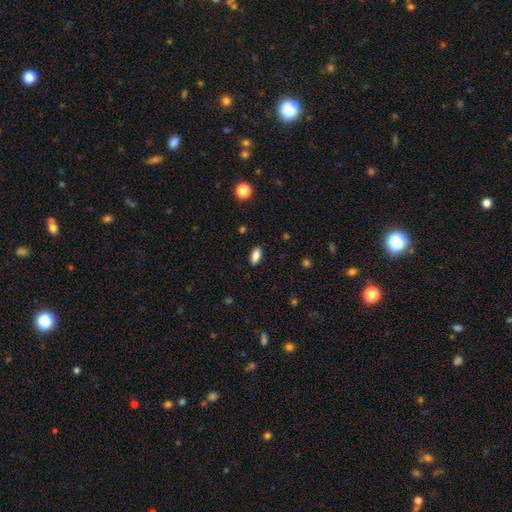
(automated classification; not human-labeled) Smooth or featured? smooth (84%)
How rounded? in between (89%)
Merging? none (88%)